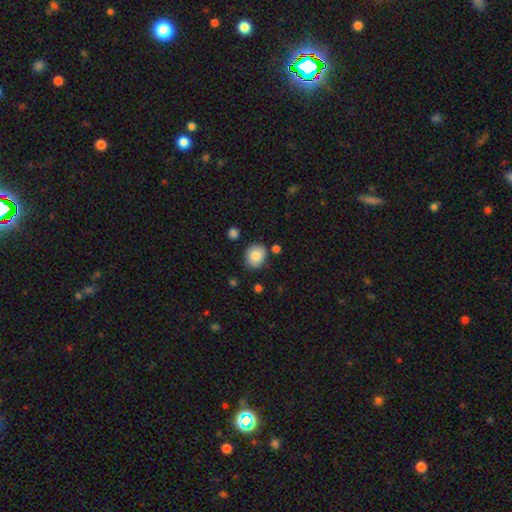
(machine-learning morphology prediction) smooth-or-featured: smooth: 82% | featured or disk: 10% | star or artifact: 8%
  how-rounded: round: 64% | in between: 35% | cigar-shaped: 1%
  merging: none: 78% | minor disturbance: 14% | merger: 4% | major disturbance: 3%